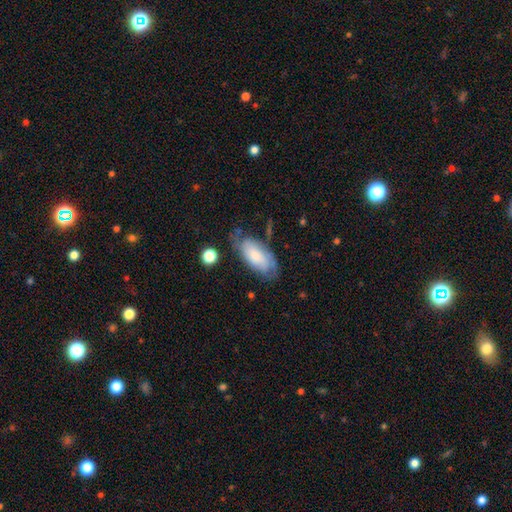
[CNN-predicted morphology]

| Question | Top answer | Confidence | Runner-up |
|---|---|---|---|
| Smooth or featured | smooth | 58% | featured or disk (35%) |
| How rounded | in between | 89% | cigar-shaped (8%) |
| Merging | none | 58% | minor disturbance (28%) |